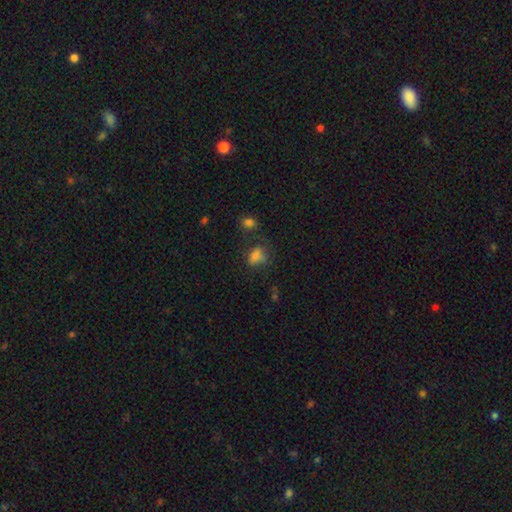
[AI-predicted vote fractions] A smooth galaxy with no disk features (76%) that is in between round and cigar-shaped (71%).

Vote fractions:
- Smooth or featured? smooth: 76% / star or artifact: 14% / featured or disk: 10%
- How rounded? in between: 71% / round: 28% / cigar-shaped: 2%
- Merging? none: 47% / minor disturbance: 26% / major disturbance: 17% / merger: 10%